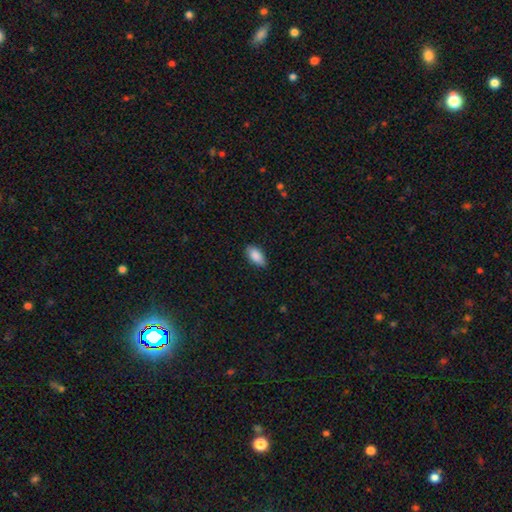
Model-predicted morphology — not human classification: A smooth galaxy with no disk features (88%) that is in between round and cigar-shaped (91%).

Vote fractions:
- Smooth or featured? smooth: 88% / star or artifact: 6% / featured or disk: 6%
- How rounded? in between: 91% / cigar-shaped: 7% / round: 2%
- Merging? none: 85% / minor disturbance: 12% / major disturbance: 2% / merger: 1%